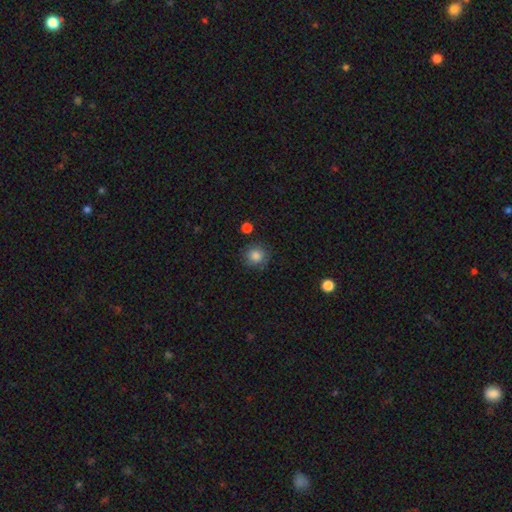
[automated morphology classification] Smooth or featured?
  - smooth: 84% *
  - star or artifact: 11%
  - featured or disk: 6%
How rounded?
  - round: 89% *
  - in between: 10%
  - cigar-shaped: 1%
Merging?
  - none: 85% *
  - minor disturbance: 10%
  - major disturbance: 3%
  - merger: 2%